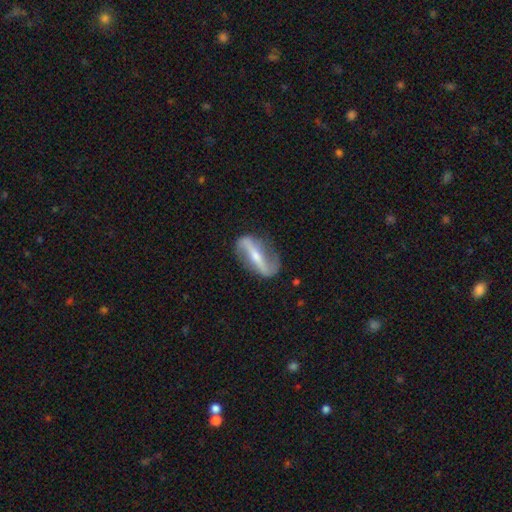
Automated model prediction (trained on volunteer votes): Q: Smooth or featured?
A: featured or disk (82%); runner-up: smooth (13%)
Q: Edge-on disk?
A: no (79%); runner-up: yes (21%)
Q: Bar?
A: strong (76%); runner-up: weak (14%)
Q: Spiral arms?
A: yes (83%); runner-up: no (17%)
Q: Spiral winding?
A: loose (67%); runner-up: medium (21%)
Q: Spiral arm count?
A: 2 (90%); runner-up: can't tell (4%)
Q: Bulge size?
A: small (52%); runner-up: moderate (39%)
Q: Merging?
A: none (79%); runner-up: minor disturbance (14%)